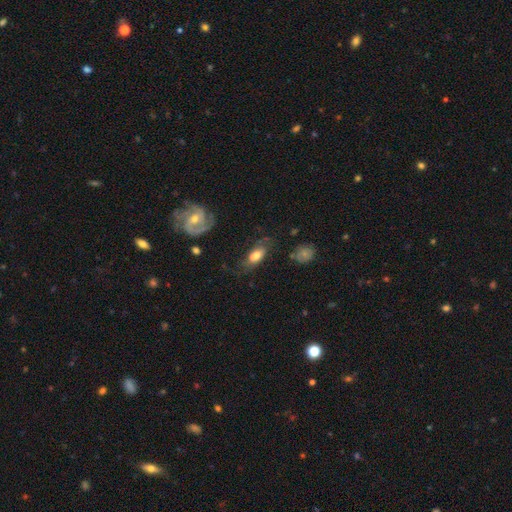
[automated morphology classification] smooth 54%, featured or disk 38%, star or artifact 8%. Down the decision tree: how rounded — in between (83%); merging — none (56%).